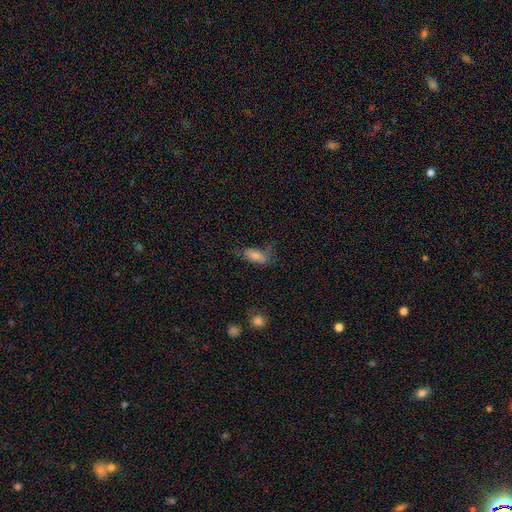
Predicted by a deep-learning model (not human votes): Smooth or featured? Predicted: smooth (p=0.78). How rounded? Predicted: in between (p=0.85). Merging? Predicted: none (p=0.55).